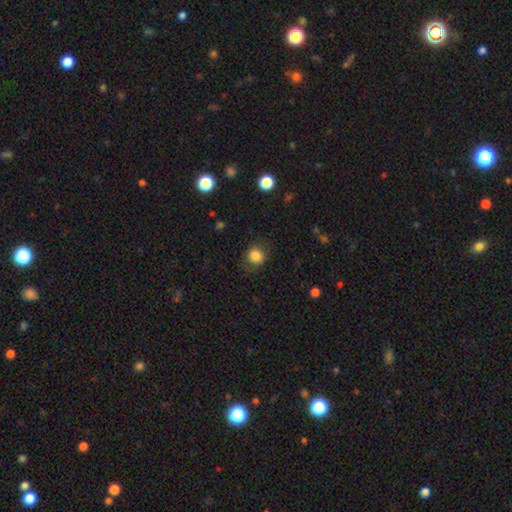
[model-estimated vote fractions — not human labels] smooth_or_featured: smooth (p=0.84) [alt: star or artifact p=0.11]
how_rounded: round (p=0.84) [alt: in between p=0.15]
merging: none (p=0.81) [alt: minor disturbance p=0.13]